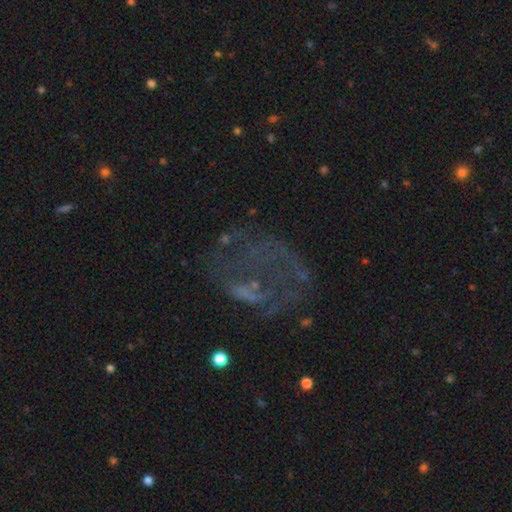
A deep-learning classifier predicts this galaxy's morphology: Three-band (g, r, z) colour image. It shows a featured or disk galaxy (54%) with no bar (84%), no spiral arms (72%) and no central bulge (66%). Merging: major disturbance (43%).